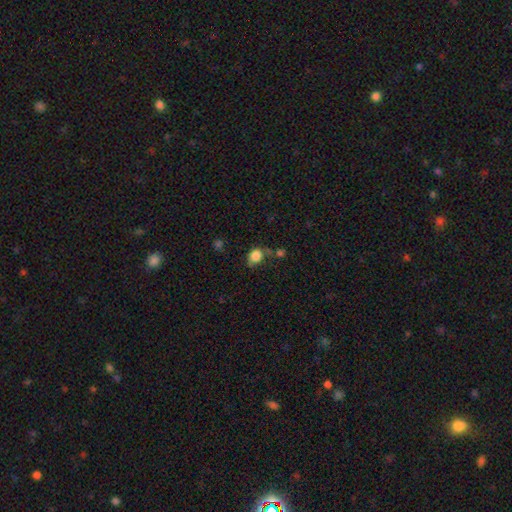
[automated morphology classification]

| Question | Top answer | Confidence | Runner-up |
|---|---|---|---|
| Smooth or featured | smooth | 84% | star or artifact (10%) |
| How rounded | round | 54% | in between (45%) |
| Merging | none | 54% | minor disturbance (25%) |